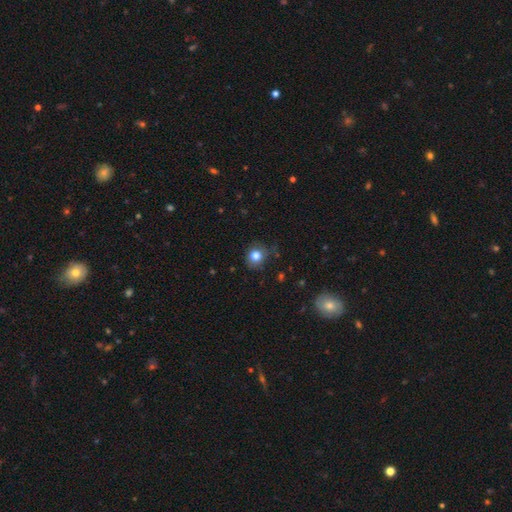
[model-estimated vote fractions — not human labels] This is clearly a smooth galaxy (81%). How rounded: clearly round (83%). Merging: likely none (75%).